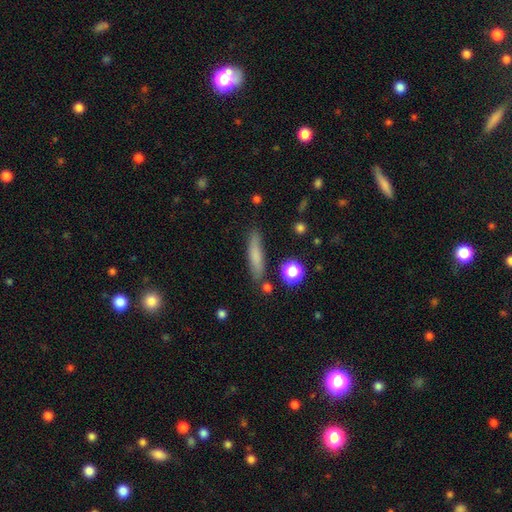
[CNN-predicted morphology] A smooth galaxy with no disk features (72%) that is cigar-shaped (83%). Merging: none (82%).